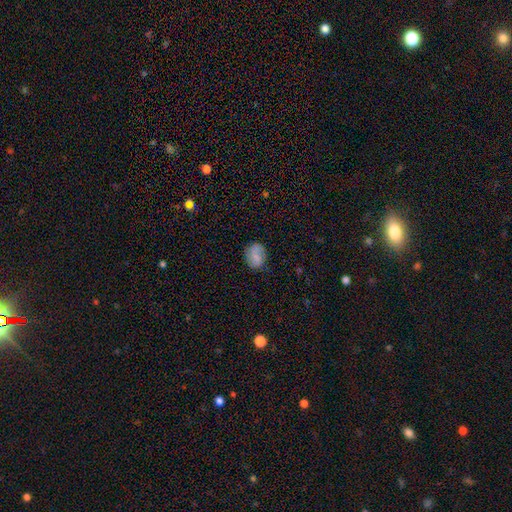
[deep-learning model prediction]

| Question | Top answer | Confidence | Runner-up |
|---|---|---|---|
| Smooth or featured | smooth | 58% | featured or disk (33%) |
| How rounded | round | 50% | in between (49%) |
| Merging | none | 77% | minor disturbance (16%) |